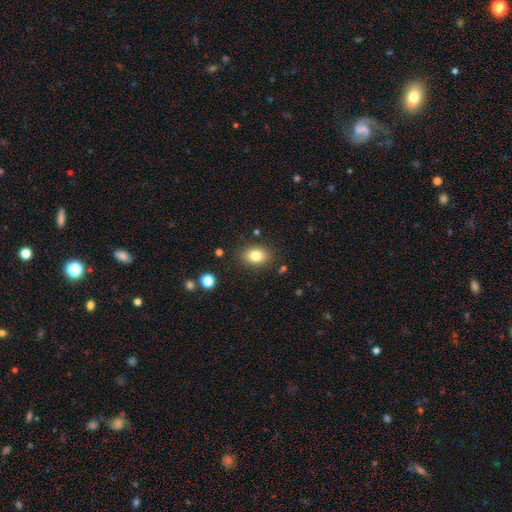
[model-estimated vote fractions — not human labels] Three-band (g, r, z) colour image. It shows a smooth galaxy with no disk features (82%) that is in between round and cigar-shaped (72%). Merging: none (85%).